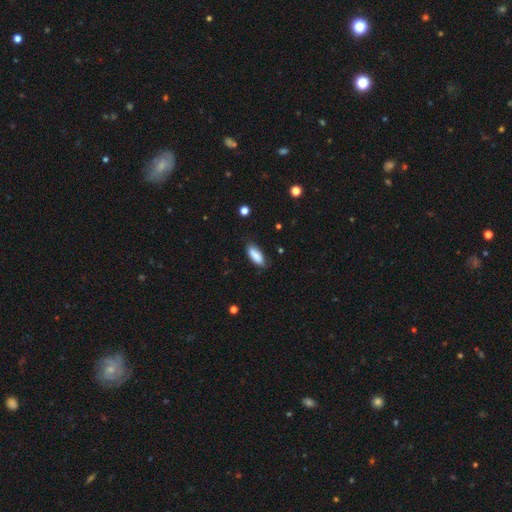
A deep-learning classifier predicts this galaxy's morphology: Smooth or featured? Predicted: smooth (p=0.85). How rounded? Predicted: in between (p=0.74). Merging? Predicted: none (p=0.75).